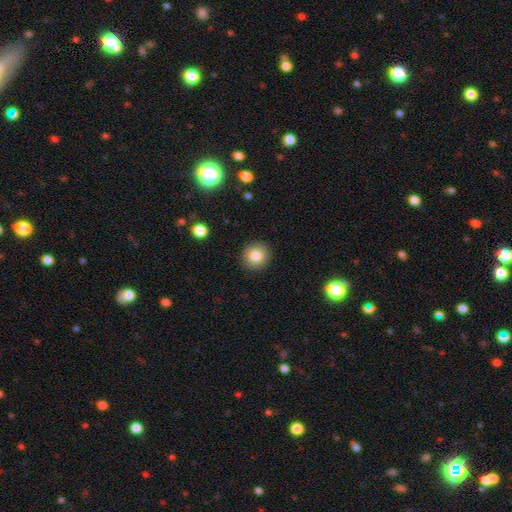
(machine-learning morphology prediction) Smooth or featured? Predicted: smooth (p=0.83). How rounded? Predicted: round (p=0.91). Merging? Predicted: none (p=0.91).